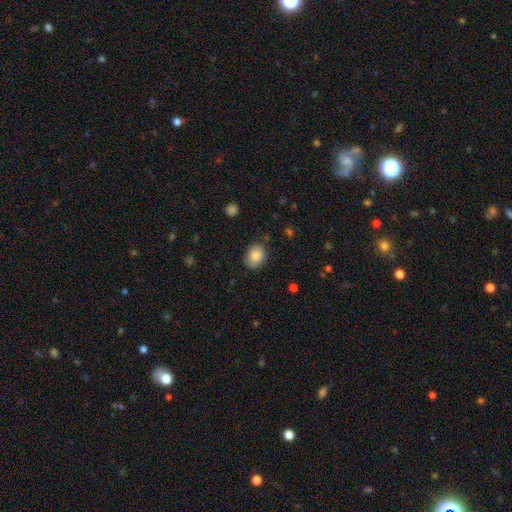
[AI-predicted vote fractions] Morphology: type=smooth (84%); roundness=in between (62%); merging=none (78%).